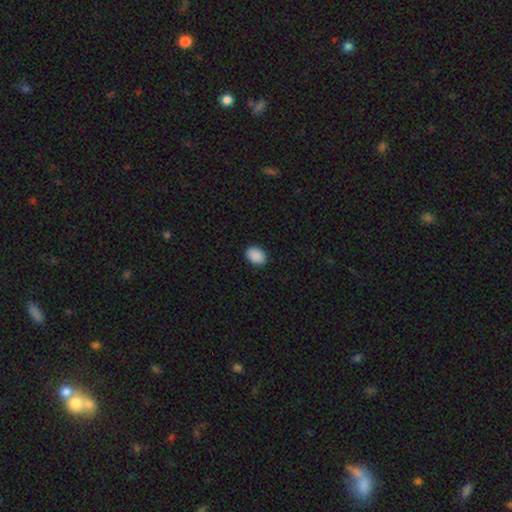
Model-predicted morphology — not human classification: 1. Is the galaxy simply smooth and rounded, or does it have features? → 91% smooth, 7% star or artifact, 2% featured or disk.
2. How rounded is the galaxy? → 79% in between, 20% round, 1% cigar-shaped.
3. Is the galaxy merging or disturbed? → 90% none, 7% minor disturbance, 2% major disturbance, 1% merger.